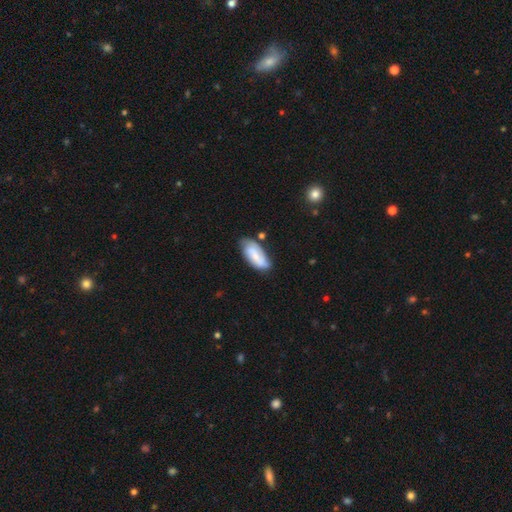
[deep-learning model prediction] smooth-or-featured: smooth: 55% | featured or disk: 38% | star or artifact: 7%
  how-rounded: in between: 86% | cigar-shaped: 12% | round: 2%
  merging: none: 62% | minor disturbance: 26% | major disturbance: 7% | merger: 5%